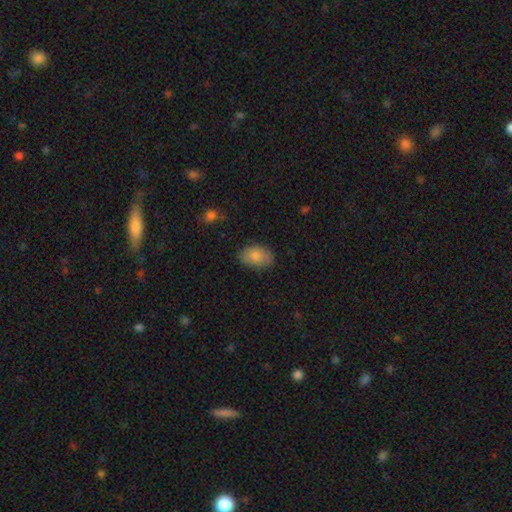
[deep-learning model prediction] Smooth or featured: smooth — 83% (featured or disk — 10%)
How rounded: in between — 88% (round — 11%)
Merging: none — 81% (minor disturbance — 15%)